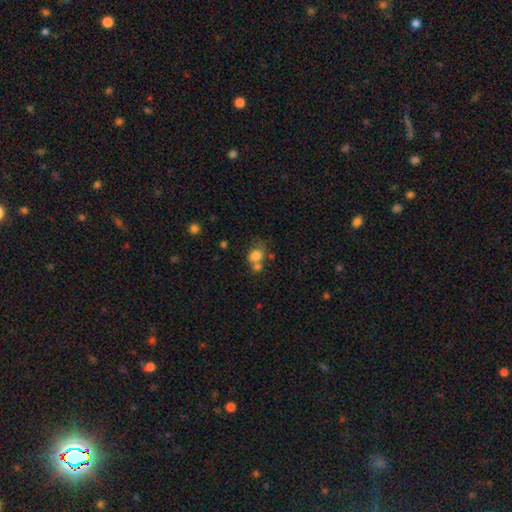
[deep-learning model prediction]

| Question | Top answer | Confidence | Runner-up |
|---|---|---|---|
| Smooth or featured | smooth | 78% | star or artifact (11%) |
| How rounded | round | 56% | in between (43%) |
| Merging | merger | 44% | none (35%) |